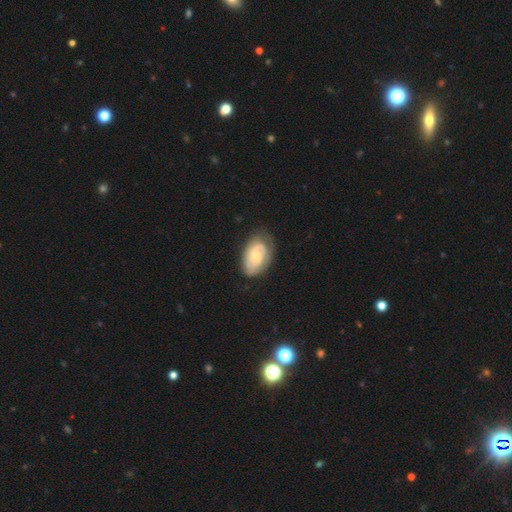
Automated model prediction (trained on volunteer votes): Smooth or featured: featured or disk — 61% (smooth — 34%)
Edge-on disk: no — 96% (yes — 4%)
Bar: no — 74% (weak — 22%)
Spiral arms: yes — 79% (no — 21%)
Bulge size: small — 47% (moderate — 45%)
Merging: none — 67% (minor disturbance — 23%)